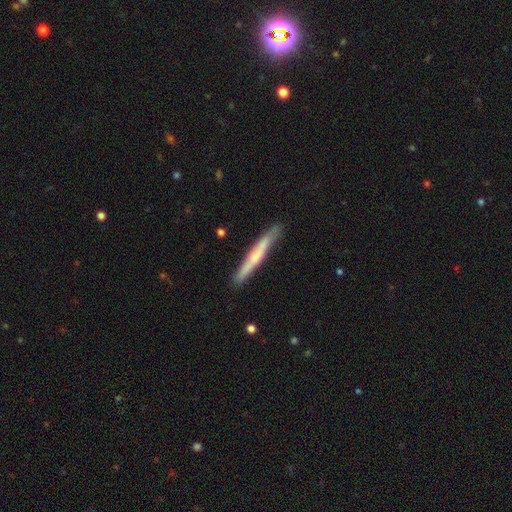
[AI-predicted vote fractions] Smooth or featured?
  - featured or disk: 49% *
  - smooth: 46%
  - star or artifact: 6%
Merging?
  - none: 87% *
  - minor disturbance: 10%
  - major disturbance: 2%
  - merger: 1%